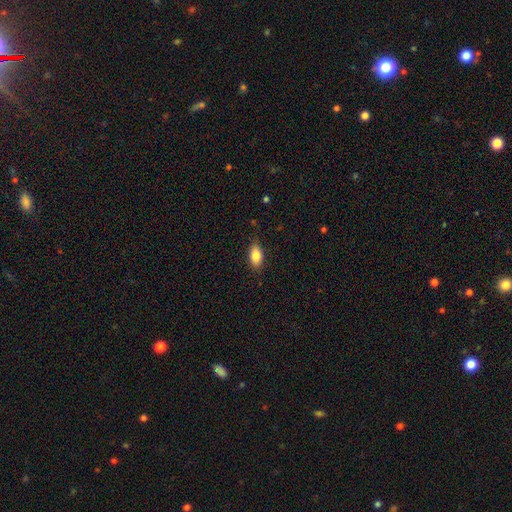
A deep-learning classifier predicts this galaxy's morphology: A smooth galaxy with no disk features (85%) that is in between round and cigar-shaped (91%). Merging: none (85%).